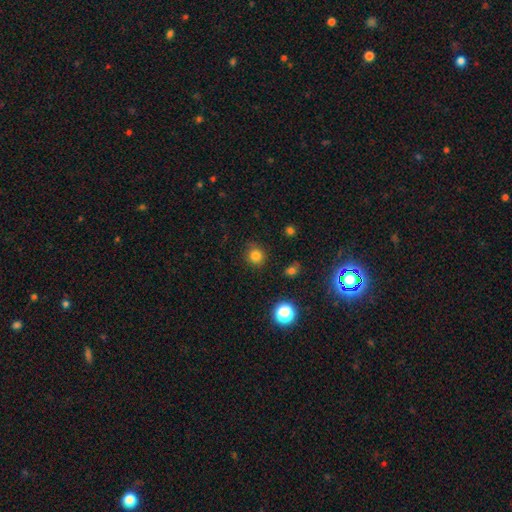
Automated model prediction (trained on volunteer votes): smooth-or-featured: smooth: 80% | star or artifact: 15% | featured or disk: 5%
  how-rounded: round: 89% | in between: 10% | cigar-shaped: 1%
  merging: none: 85% | minor disturbance: 11% | major disturbance: 3% | merger: 2%